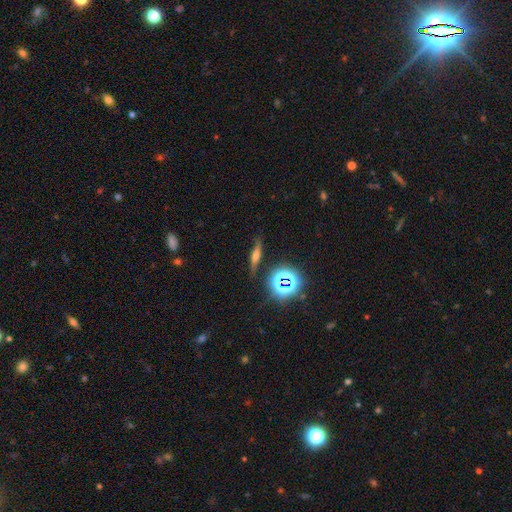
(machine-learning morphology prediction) Overall: featured or disk (42%; smooth 36%). Merging: none (80%).